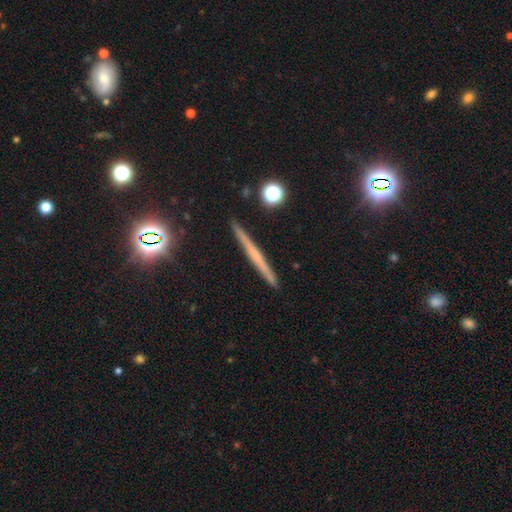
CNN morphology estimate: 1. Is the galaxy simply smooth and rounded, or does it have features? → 51% featured or disk, 35% smooth, 13% star or artifact.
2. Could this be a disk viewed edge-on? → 97% yes, 3% no.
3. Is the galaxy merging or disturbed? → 92% none, 6% minor disturbance, 1% major disturbance, 1% merger.